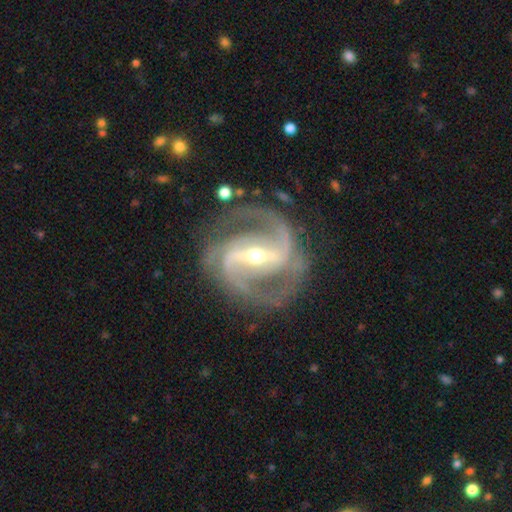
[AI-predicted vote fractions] Smooth or featured? featured or disk (93%)
Edge-on disk? no (97%)
Bar? strong (68%)
Spiral arms? yes (98%)
Spiral winding? medium (60%)
Spiral arm count? 2 (80%)
Bulge size? small (54%)
Merging? none (78%)